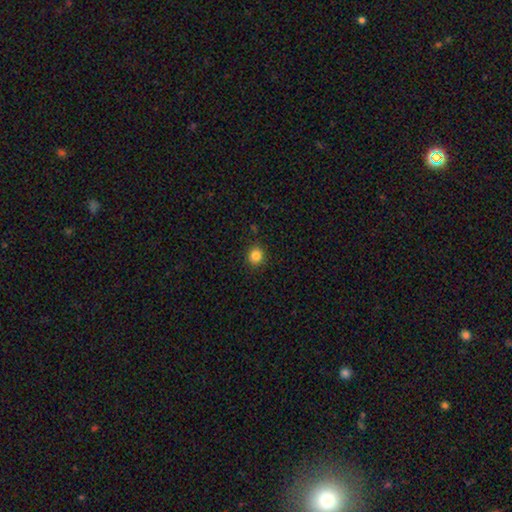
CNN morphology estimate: smooth-or-featured: smooth: 85% | star or artifact: 11% | featured or disk: 4%
  how-rounded: round: 86% | in between: 13% | cigar-shaped: 1%
  merging: none: 90% | minor disturbance: 7% | major disturbance: 2% | merger: 1%